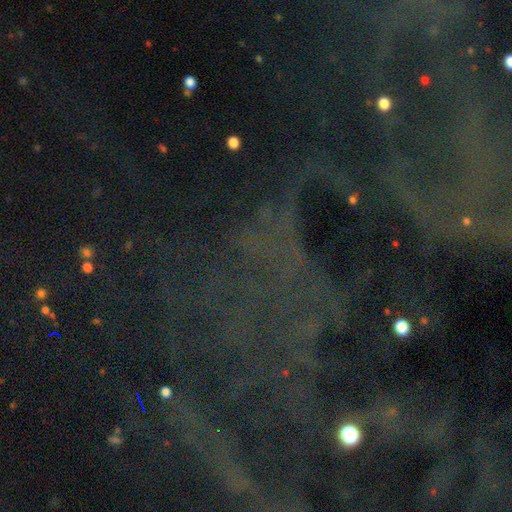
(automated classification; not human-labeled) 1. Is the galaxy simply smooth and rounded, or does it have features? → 76% star or artifact, 14% featured or disk, 10% smooth.